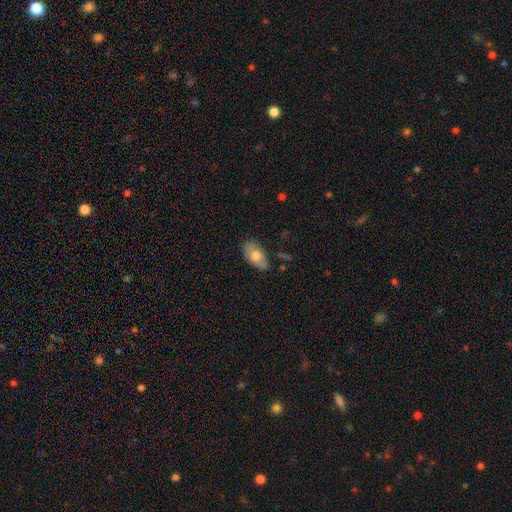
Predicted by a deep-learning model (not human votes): smooth 71%, featured or disk 23%, star or artifact 7%. Down the decision tree: how rounded — in between (93%); merging — none (75%).